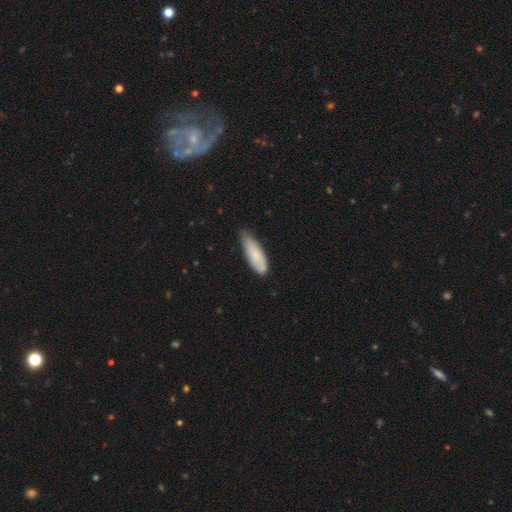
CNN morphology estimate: Smooth or featured?
  - smooth: 78% *
  - featured or disk: 16%
  - star or artifact: 6%
How rounded?
  - in between: 58% *
  - cigar-shaped: 41%
  - round: 2%
Merging?
  - none: 56% *
  - minor disturbance: 37%
  - major disturbance: 5%
  - merger: 2%